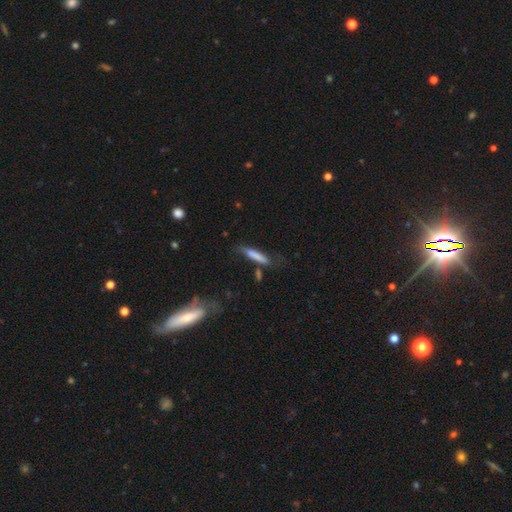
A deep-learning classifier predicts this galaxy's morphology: type=smooth (71%); roundness=cigar-shaped (88%); merging=none (59%).